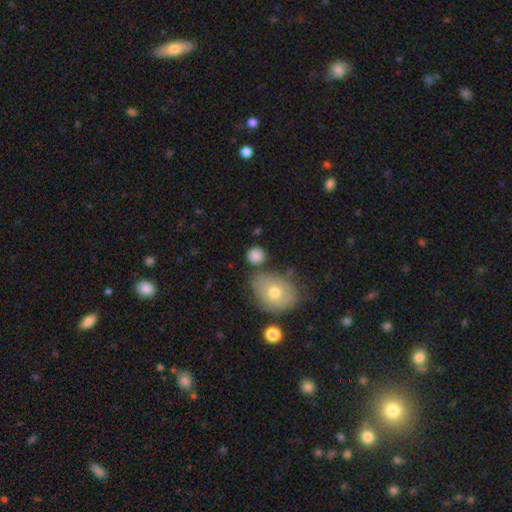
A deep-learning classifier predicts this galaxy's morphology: Smooth or featured? Predicted: smooth (p=0.83). How rounded? Predicted: round (p=0.83). Merging? Predicted: none (p=0.73).